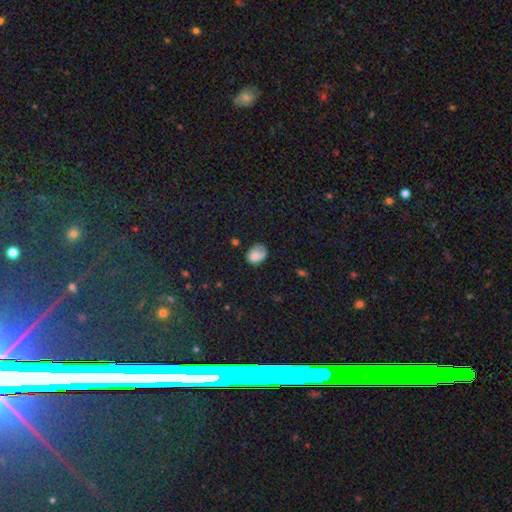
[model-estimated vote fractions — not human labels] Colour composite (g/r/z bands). It shows a smooth galaxy with no disk features (77%) that is in between round and cigar-shaped (61%). Merging: none (49%).